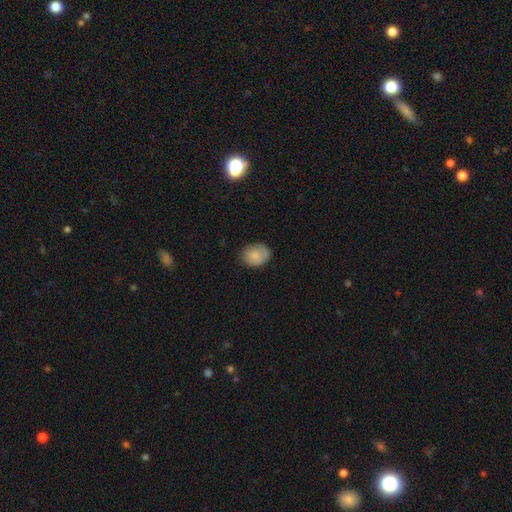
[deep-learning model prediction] Smooth or featured: smooth — 81% (featured or disk — 11%)
How rounded: in between — 60% (round — 39%)
Merging: none — 73% (minor disturbance — 21%)